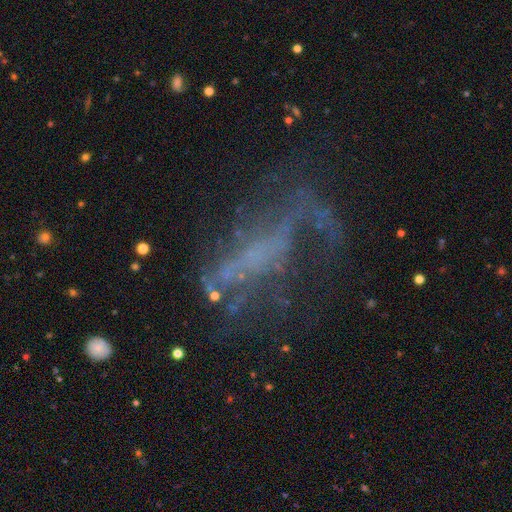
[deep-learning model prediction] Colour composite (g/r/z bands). It shows a featured or disk galaxy (63%) with no bar (71%), no spiral arms (66%) and no central bulge (74%). Merging: none (39%, tied with major disturbance).